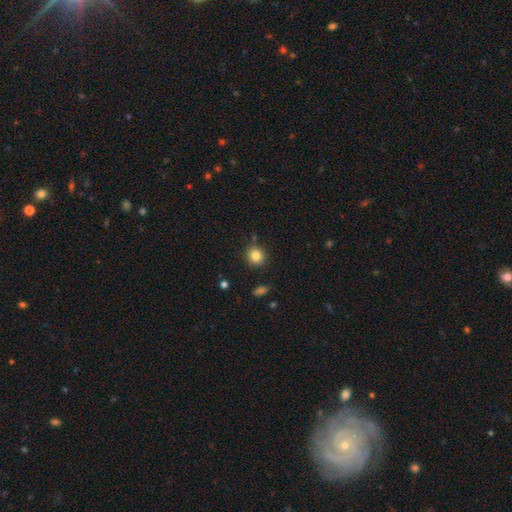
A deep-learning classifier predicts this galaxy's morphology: A smooth galaxy with no disk features (83%) that is round (88%).

Vote fractions:
- Smooth or featured? smooth: 83% / star or artifact: 10% / featured or disk: 6%
- How rounded? round: 88% / in between: 11% / cigar-shaped: 1%
- Merging? none: 86% / minor disturbance: 9% / merger: 3% / major disturbance: 2%